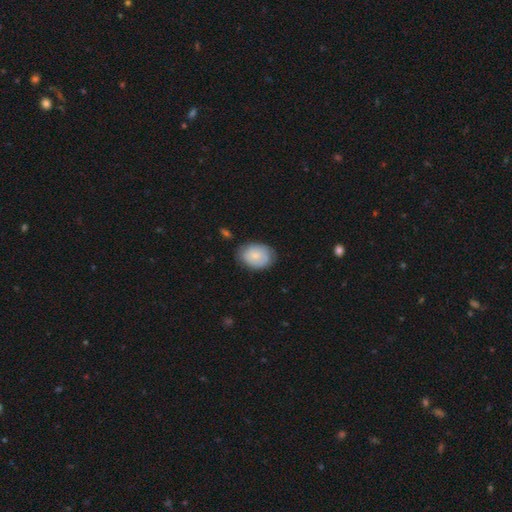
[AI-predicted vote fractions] Smooth or featured?
  - smooth: 73% *
  - featured or disk: 21%
  - star or artifact: 7%
How rounded?
  - in between: 65% *
  - round: 34%
  - cigar-shaped: 1%
Merging?
  - none: 70% *
  - minor disturbance: 23%
  - major disturbance: 5%
  - merger: 2%